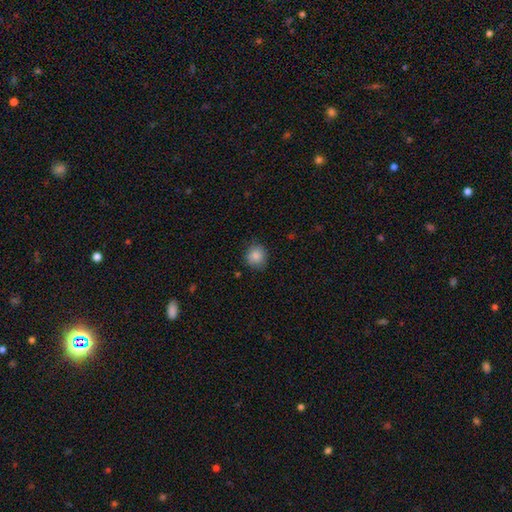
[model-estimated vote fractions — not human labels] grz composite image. It shows a smooth galaxy with no disk features (85%) that is round (84%). Merging: none (82%).